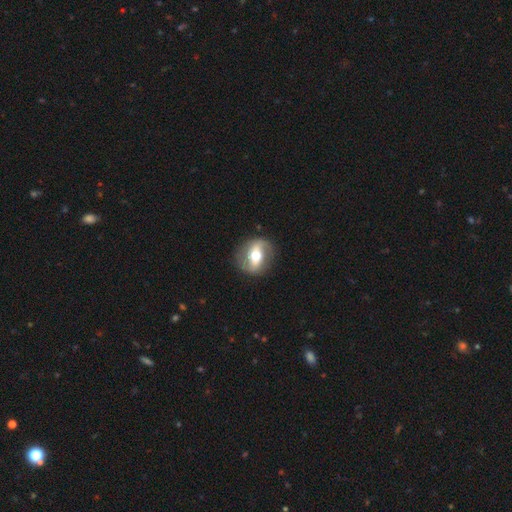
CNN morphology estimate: This is likely a featured or disk galaxy (72%). It is clearly not viewed edge-on (91%). Bar: possibly strong (48%). Spiral arm pattern: likely yes (68%). Central bulge: likely moderate (70%). Merging: clearly none (84%).